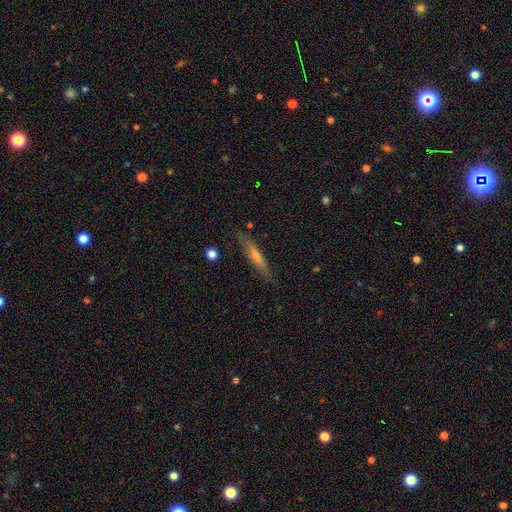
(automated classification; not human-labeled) Overall: featured or disk (47%; smooth 46%). Merging: none (84%).